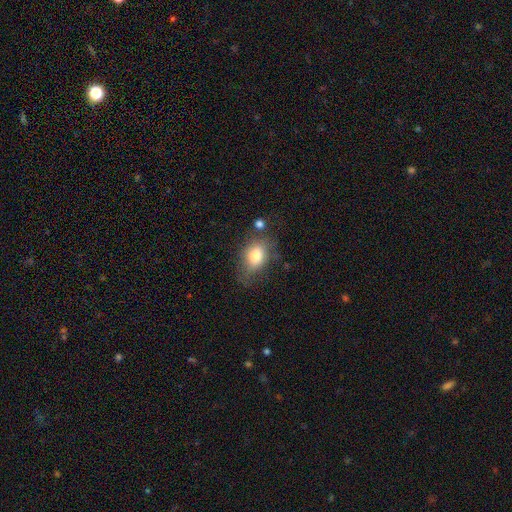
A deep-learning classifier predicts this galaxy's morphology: A smooth galaxy with no disk features (77%) that is in between round and cigar-shaped (79%).

Vote fractions:
- Smooth or featured? smooth: 77% / featured or disk: 15% / star or artifact: 8%
- How rounded? in between: 79% / round: 20% / cigar-shaped: 2%
- Merging? none: 58% / minor disturbance: 24% / major disturbance: 11% / merger: 6%